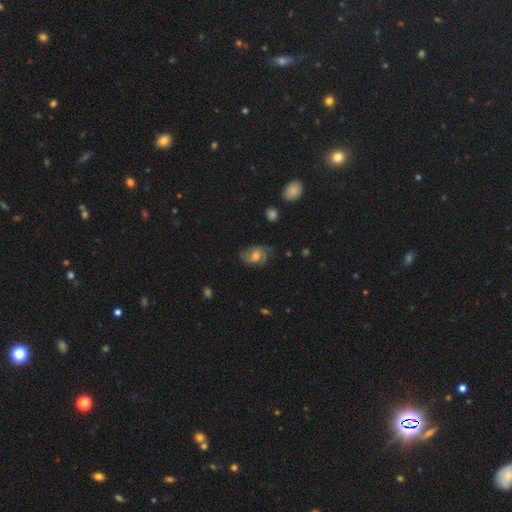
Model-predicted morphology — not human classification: type=featured or disk (57%); edge-on=no (96%); bar=no (60%); spiral arms=yes (84%); bulge=moderate (51%); merging=none (69%).